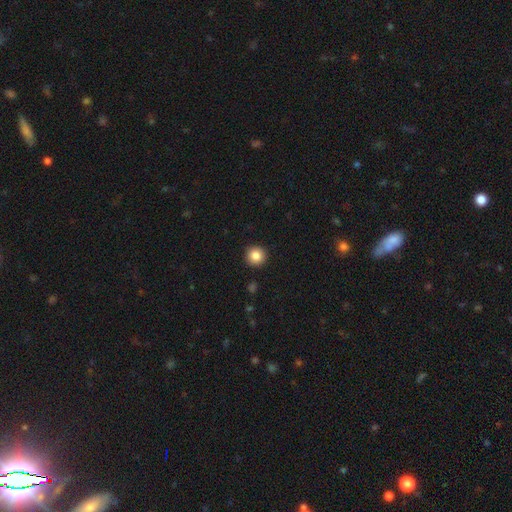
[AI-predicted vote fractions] This appears to be a smooth galaxy with no disk features (86%) that is round (95%). Merging: none (93%).